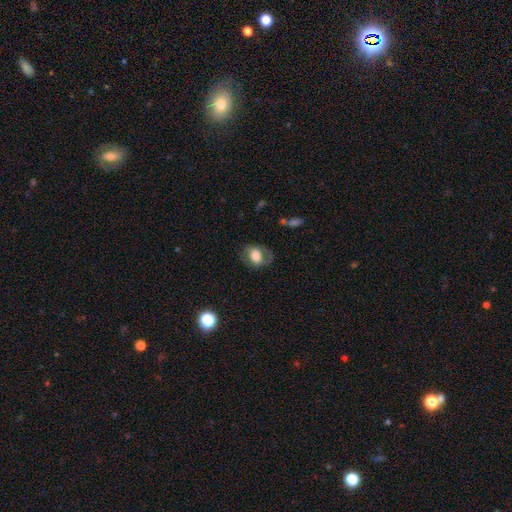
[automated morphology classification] smooth 54%, featured or disk 38%, star or artifact 8%. Down the decision tree: how rounded — in between (69%); merging — none (69%).